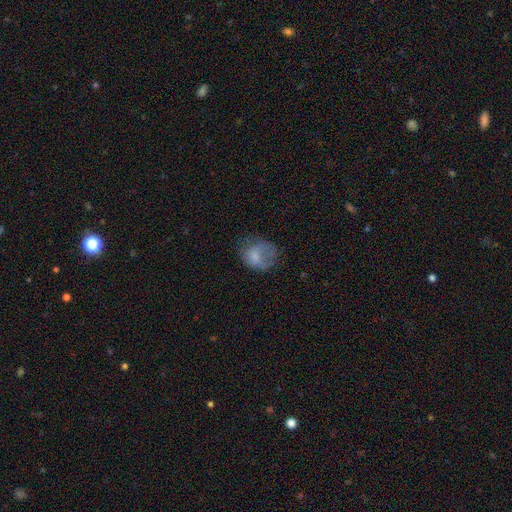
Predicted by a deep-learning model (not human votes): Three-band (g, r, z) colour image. It shows a smooth galaxy with no disk features (67%) that is round (52%). Merging: none (39%).